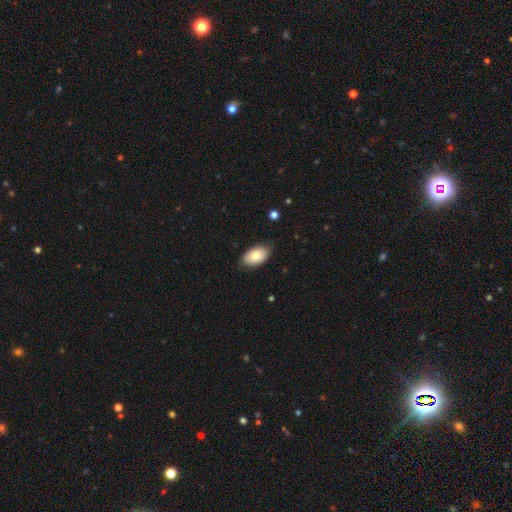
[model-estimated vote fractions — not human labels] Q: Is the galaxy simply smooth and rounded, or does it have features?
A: smooth — 75%.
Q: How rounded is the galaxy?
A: in between — 93%.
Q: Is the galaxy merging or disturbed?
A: none — 82%.